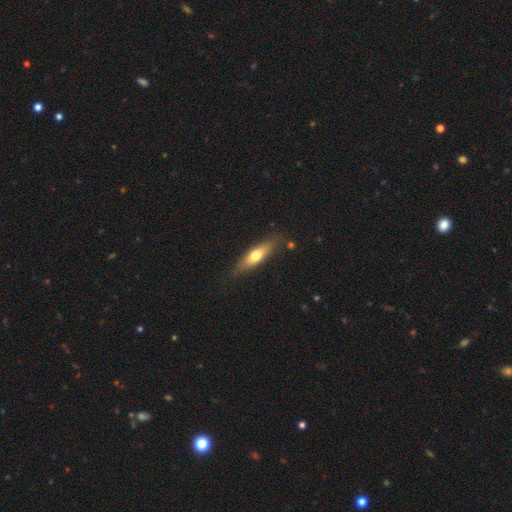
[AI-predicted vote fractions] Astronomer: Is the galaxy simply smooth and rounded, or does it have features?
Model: smooth — 60%.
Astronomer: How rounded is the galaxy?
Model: cigar-shaped — 58% (runner-up: in between, 39%).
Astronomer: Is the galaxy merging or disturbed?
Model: none — 81%.